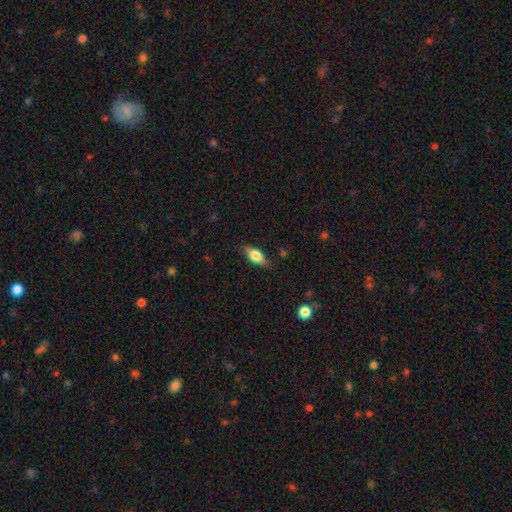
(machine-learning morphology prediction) smooth_or_featured: smooth (p=0.68) [alt: featured or disk p=0.25]
how_rounded: in between (p=0.81) [alt: cigar-shaped p=0.14]
merging: none (p=0.79) [alt: minor disturbance p=0.16]